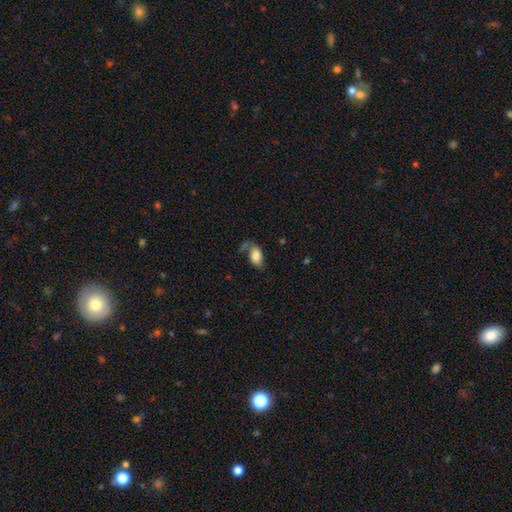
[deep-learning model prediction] smooth_or_featured: smooth (p=0.75) [alt: featured or disk p=0.17]
how_rounded: in between (p=0.91) [alt: round p=0.07]
merging: none (p=0.45) [alt: minor disturbance p=0.23]